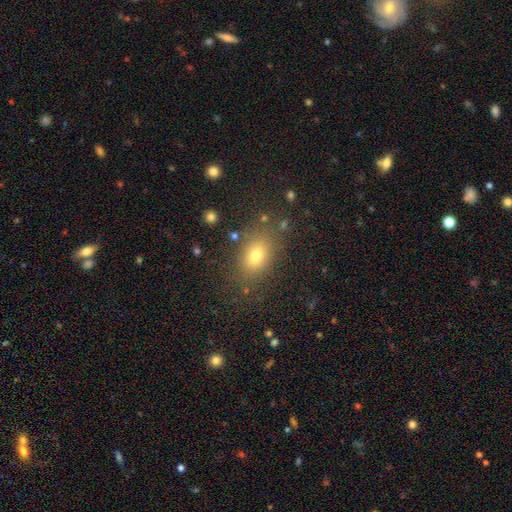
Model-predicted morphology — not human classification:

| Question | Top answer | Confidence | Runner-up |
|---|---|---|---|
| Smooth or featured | smooth | 74% | star or artifact (15%) |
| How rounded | in between | 73% | round (25%) |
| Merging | none | 80% | minor disturbance (12%) |